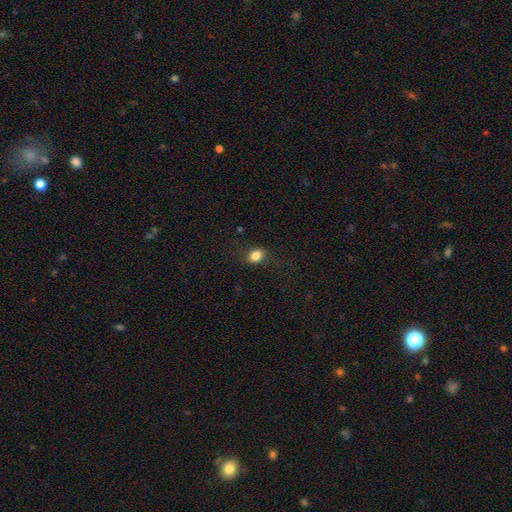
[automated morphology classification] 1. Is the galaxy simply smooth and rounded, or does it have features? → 83% smooth, 10% star or artifact, 6% featured or disk.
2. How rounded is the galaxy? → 65% in between, 34% round, 1% cigar-shaped.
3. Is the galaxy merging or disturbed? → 82% none, 13% minor disturbance, 4% major disturbance, 1% merger.